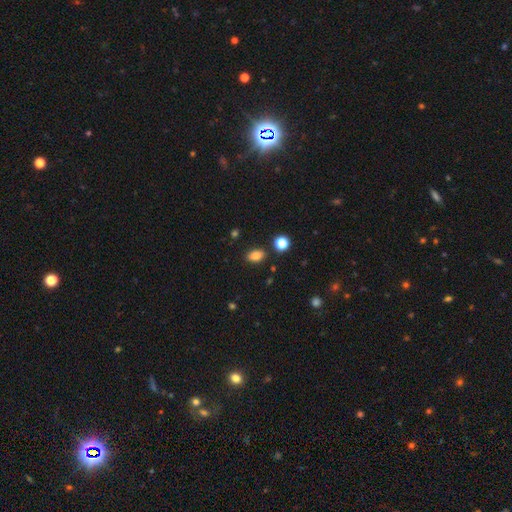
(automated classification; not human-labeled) This is clearly a smooth galaxy (84%). How rounded: clearly in between (83%). Merging: clearly none (85%).